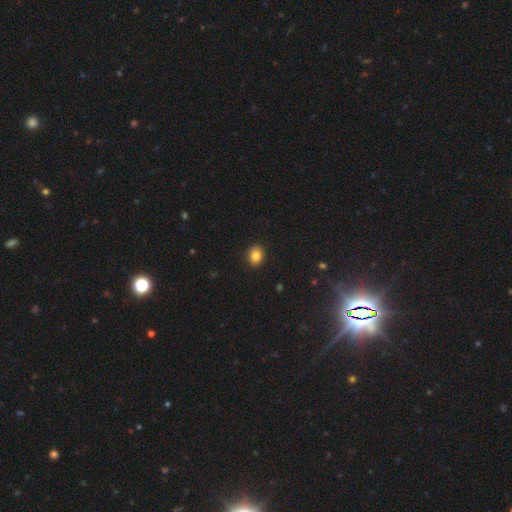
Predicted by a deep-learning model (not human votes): This is clearly a smooth galaxy (84%). How rounded: possibly round (58%). Merging: clearly none (89%).